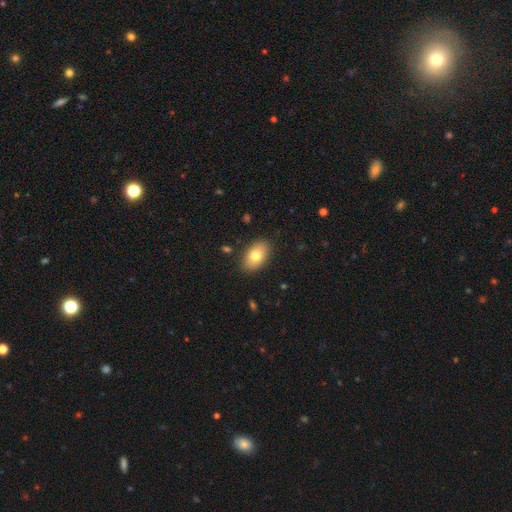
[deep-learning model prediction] smooth-or-featured: smooth: 75% | featured or disk: 17% | star or artifact: 8%
  how-rounded: in between: 89% | round: 10% | cigar-shaped: 1%
  merging: none: 87% | minor disturbance: 9% | major disturbance: 2% | merger: 1%